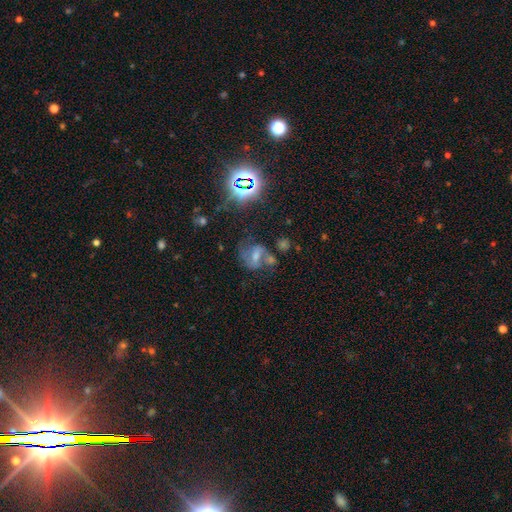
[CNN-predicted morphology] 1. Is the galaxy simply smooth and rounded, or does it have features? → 48% featured or disk, 28% smooth, 25% star or artifact.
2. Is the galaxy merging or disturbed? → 41% none, 21% merger, 19% minor disturbance, 18% major disturbance.